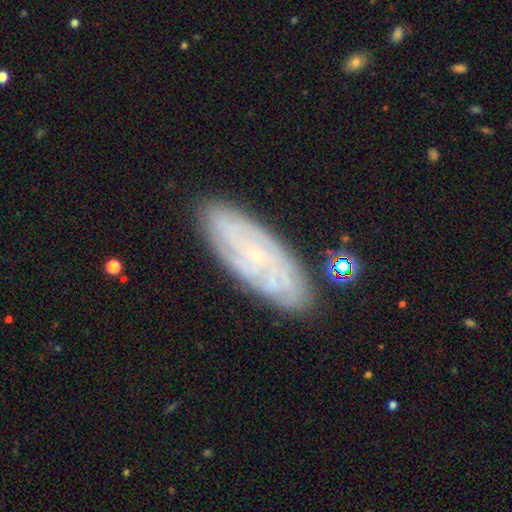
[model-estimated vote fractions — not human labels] Smooth or featured: featured or disk — 75% (smooth — 17%)
Edge-on disk: no — 88% (yes — 12%)
Bar: no — 75% (weak — 20%)
Spiral arms: yes — 92% (no — 8%)
Spiral winding: tight — 73% (medium — 22%)
Spiral arm count: can't tell — 46% (4 — 15%)
Bulge size: small — 85% (moderate — 10%)
Merging: none — 83% (minor disturbance — 12%)